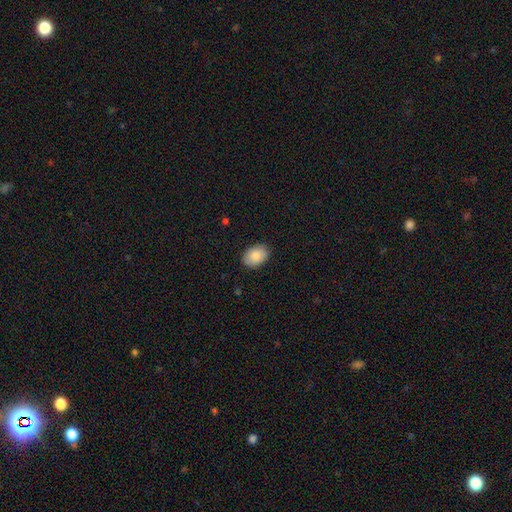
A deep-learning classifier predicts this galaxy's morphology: Smooth or featured? Predicted: smooth (p=0.85). How rounded? Predicted: in between (p=0.79). Merging? Predicted: none (p=0.86).